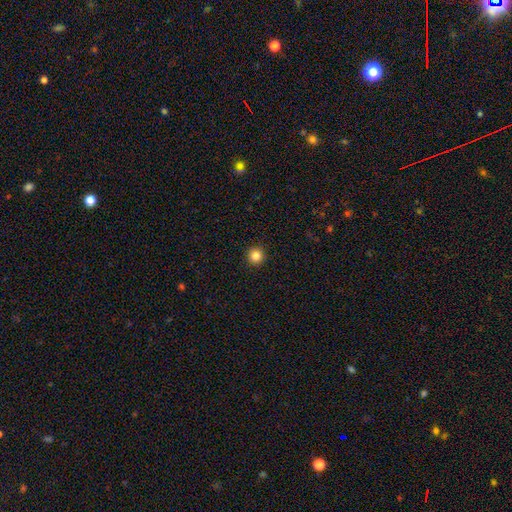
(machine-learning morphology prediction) Smooth or featured?
  - smooth: 83% *
  - star or artifact: 12%
  - featured or disk: 5%
How rounded?
  - round: 96% *
  - in between: 3%
  - cigar-shaped: 1%
Merging?
  - none: 94% *
  - minor disturbance: 4%
  - major disturbance: 1%
  - merger: 1%